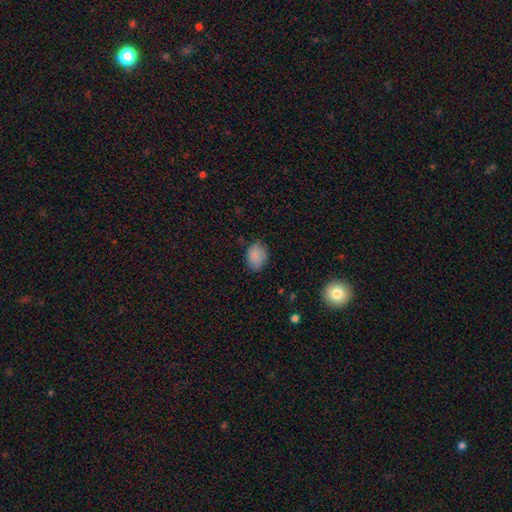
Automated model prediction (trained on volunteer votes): smooth 86%, star or artifact 8%, featured or disk 6%. Down the decision tree: how rounded — in between (64%); merging — none (76%).